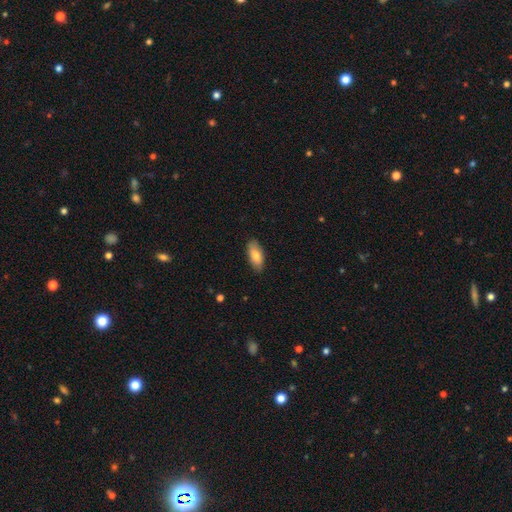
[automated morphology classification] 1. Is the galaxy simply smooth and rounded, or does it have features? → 79% smooth, 15% featured or disk, 6% star or artifact.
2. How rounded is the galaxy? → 86% in between, 11% cigar-shaped, 2% round.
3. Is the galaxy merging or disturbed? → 86% none, 11% minor disturbance, 2% major disturbance, 1% merger.